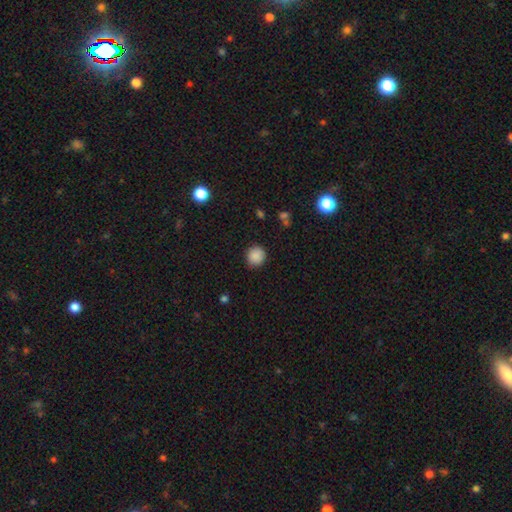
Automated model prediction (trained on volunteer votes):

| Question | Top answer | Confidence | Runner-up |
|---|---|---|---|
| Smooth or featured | smooth | 87% | star or artifact (9%) |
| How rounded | round | 91% | in between (8%) |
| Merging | none | 88% | minor disturbance (9%) |